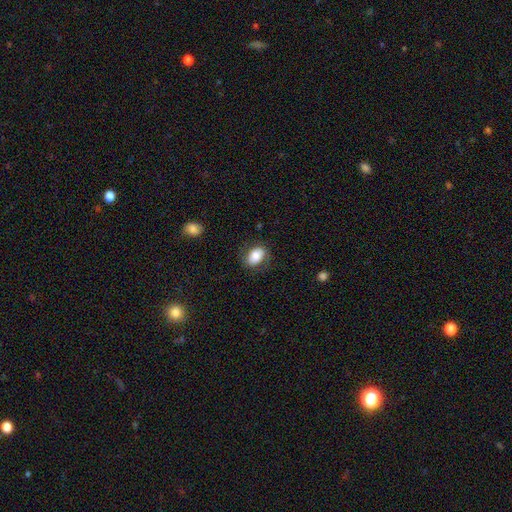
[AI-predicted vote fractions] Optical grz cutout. It shows a smooth galaxy with no disk features (78%) that is in between round and cigar-shaped (82%). Merging: none (73%).